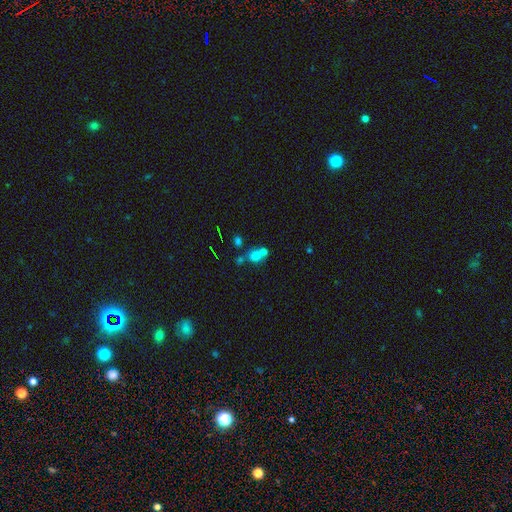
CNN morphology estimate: type=smooth (66%); roundness=round (74%); merging=merger (43%, tied with none).